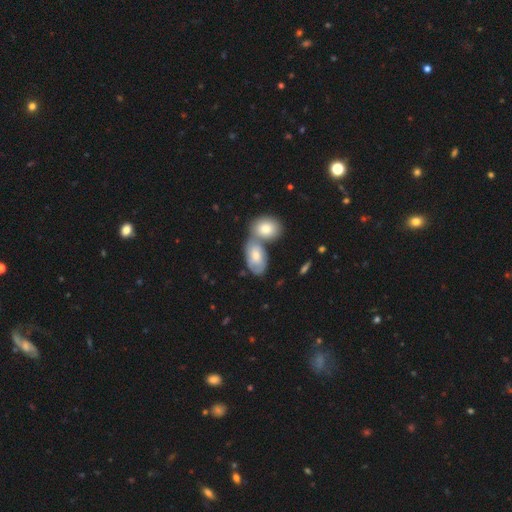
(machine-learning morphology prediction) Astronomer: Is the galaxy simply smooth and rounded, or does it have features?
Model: smooth — 63%.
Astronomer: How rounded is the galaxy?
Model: in between — 90%.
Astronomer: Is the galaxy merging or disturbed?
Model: merger — 58%.